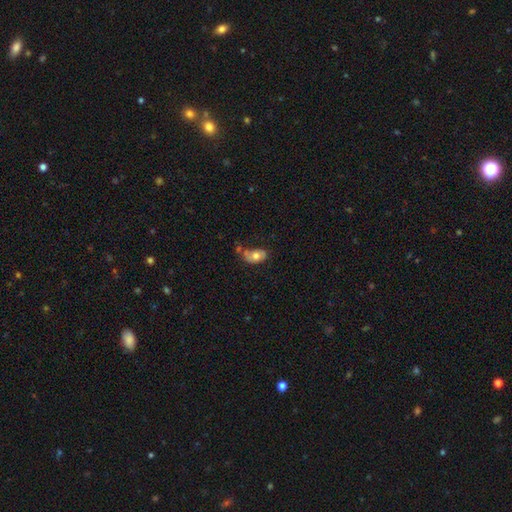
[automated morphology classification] Smooth or featured?
  - smooth: 65% *
  - featured or disk: 28%
  - star or artifact: 8%
How rounded?
  - in between: 85% *
  - round: 13%
  - cigar-shaped: 2%
Merging?
  - none: 39% *
  - minor disturbance: 29%
  - merger: 18%
  - major disturbance: 14%